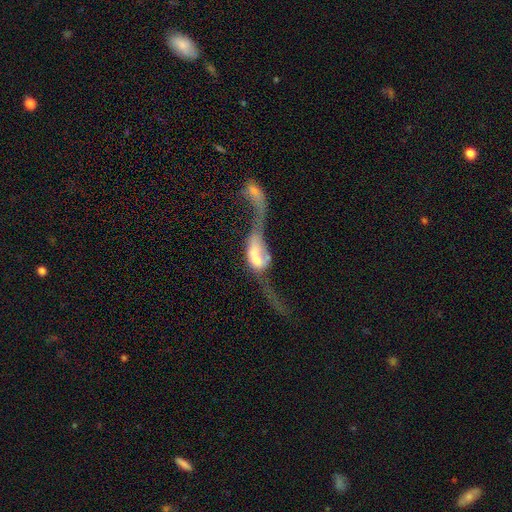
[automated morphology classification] This is possibly a featured or disk galaxy (50%). It is clearly not viewed edge-on (84%). Merging: likely merger (65%).